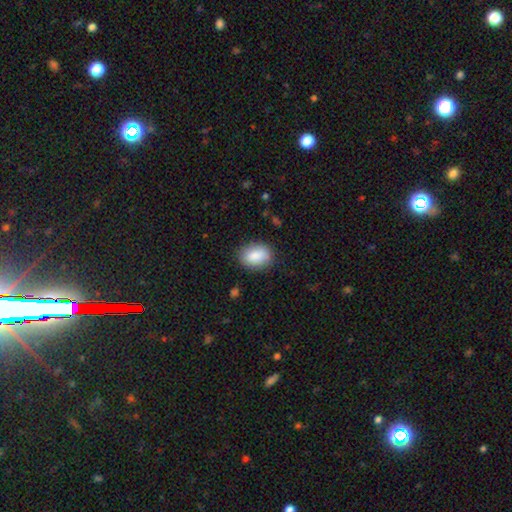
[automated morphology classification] The model was most divided on "how rounded": in between: 79%, round: 19%, cigar-shaped: 1%. More confident: smooth or featured — smooth (87%); merging — none (84%).